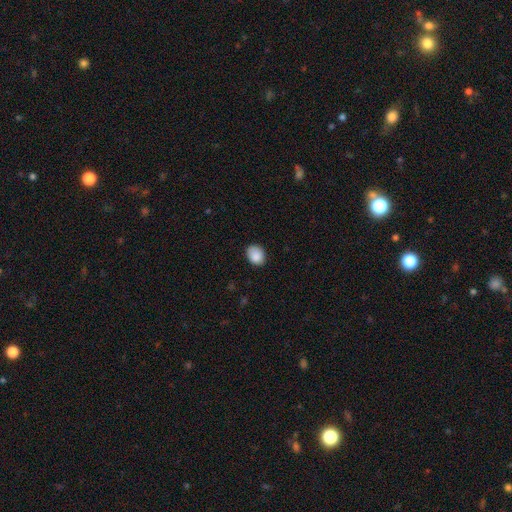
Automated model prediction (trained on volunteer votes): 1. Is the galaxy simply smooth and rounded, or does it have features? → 88% smooth, 8% star or artifact, 4% featured or disk.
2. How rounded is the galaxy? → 61% in between, 38% round, 1% cigar-shaped.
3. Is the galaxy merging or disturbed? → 82% none, 15% minor disturbance, 2% major disturbance, 1% merger.